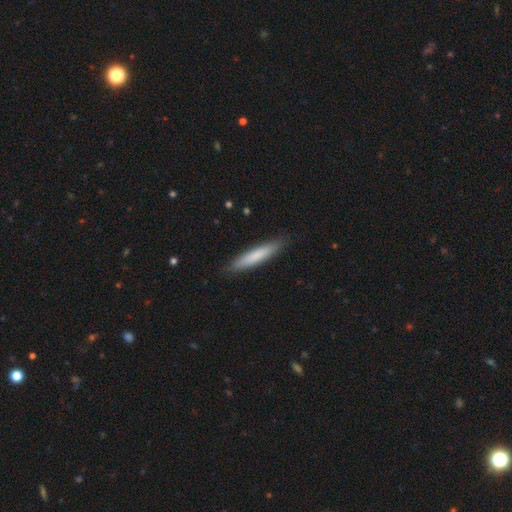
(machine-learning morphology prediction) A smooth galaxy with no disk features (79%) that is cigar-shaped (89%).

Vote fractions:
- Smooth or featured? smooth: 79% / featured or disk: 16% / star or artifact: 5%
- How rounded? cigar-shaped: 89% / in between: 10% / round: 1%
- Merging? none: 89% / minor disturbance: 9% / major disturbance: 2% / merger: 1%